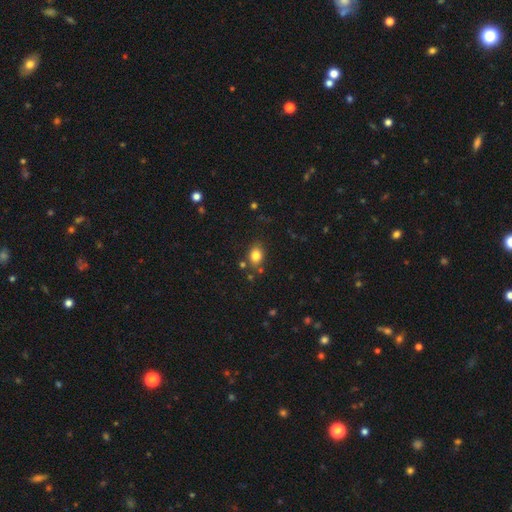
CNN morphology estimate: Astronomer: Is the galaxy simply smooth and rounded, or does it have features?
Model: smooth — 81%.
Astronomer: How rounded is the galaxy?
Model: in between — 60% (runner-up: round, 39%).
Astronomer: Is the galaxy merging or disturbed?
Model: none — 76%.